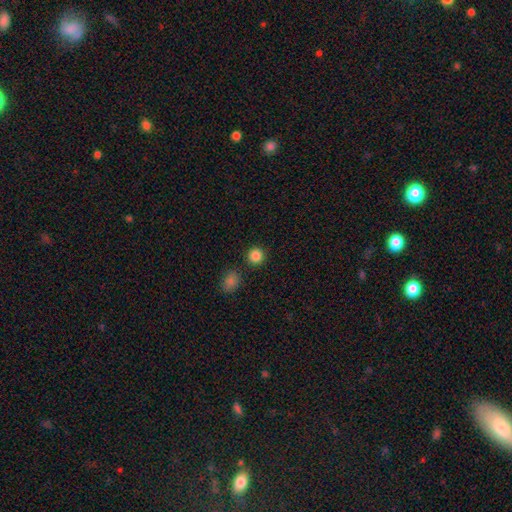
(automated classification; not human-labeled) This is clearly a smooth galaxy (86%). How rounded: clearly round (93%). Merging: clearly none (88%).